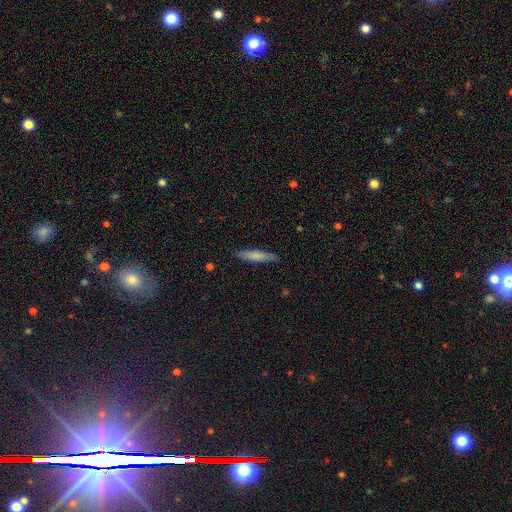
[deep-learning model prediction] Smooth or featured? smooth (73%)
How rounded? cigar-shaped (88%)
Merging? none (88%)